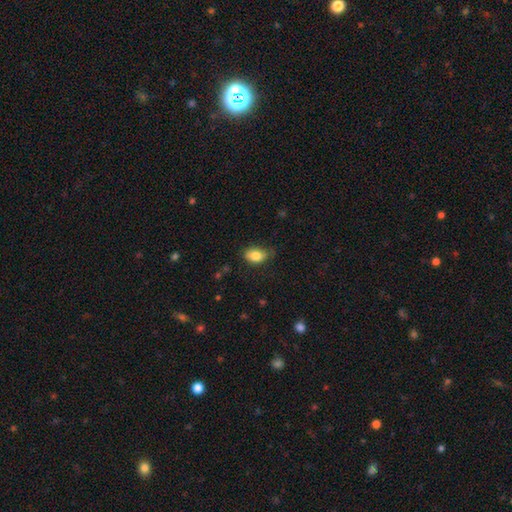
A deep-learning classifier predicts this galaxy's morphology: The model was most divided on "merging": none: 64%, minor disturbance: 29%, major disturbance: 6%, merger: 2%. More confident: how rounded — in between (84%); smooth or featured — smooth (82%).